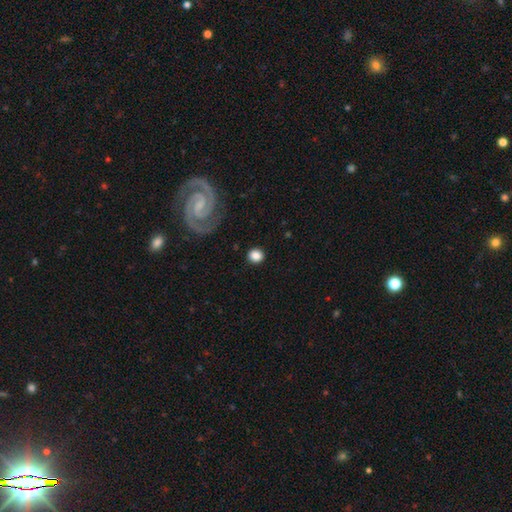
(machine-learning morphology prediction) A smooth galaxy with no disk features (82%) that is round (87%).

Vote fractions:
- Smooth or featured? smooth: 82% / featured or disk: 10% / star or artifact: 9%
- How rounded? round: 87% / in between: 12% / cigar-shaped: 1%
- Merging? none: 89% / minor disturbance: 6% / major disturbance: 3% / merger: 2%